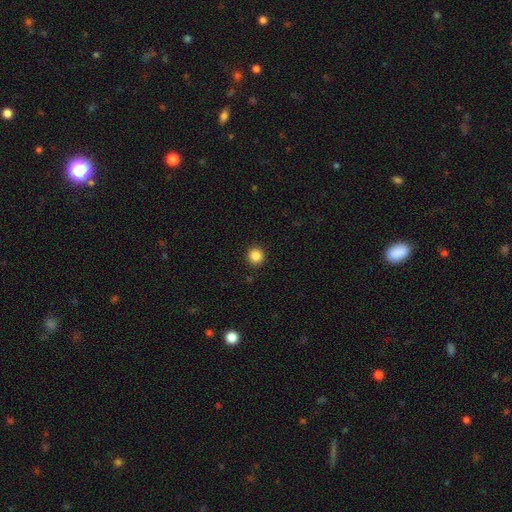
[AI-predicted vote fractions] smooth-or-featured: smooth: 86% | star or artifact: 11% | featured or disk: 4%
  how-rounded: round: 94% | in between: 5% | cigar-shaped: 1%
  merging: none: 92% | minor disturbance: 5% | major disturbance: 2% | merger: 1%